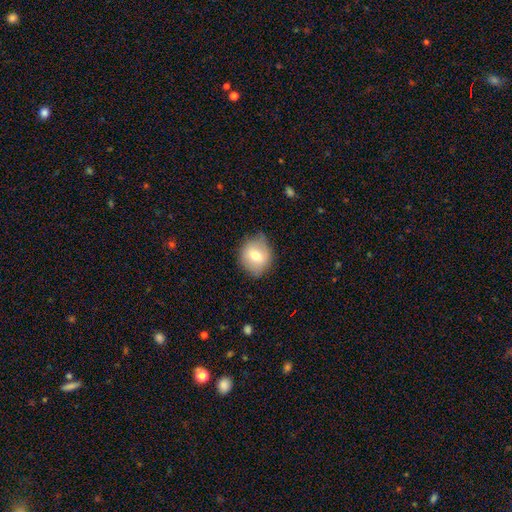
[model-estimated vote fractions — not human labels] Smooth or featured: smooth — 66% (featured or disk — 26%)
How rounded: round — 72% (in between — 26%)
Merging: none — 73% (minor disturbance — 21%)